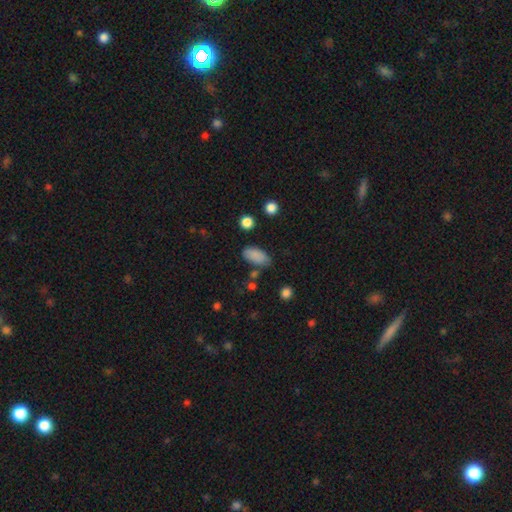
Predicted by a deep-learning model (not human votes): Morphology: type=smooth (86%); roundness=in between (93%); merging=none (73%).